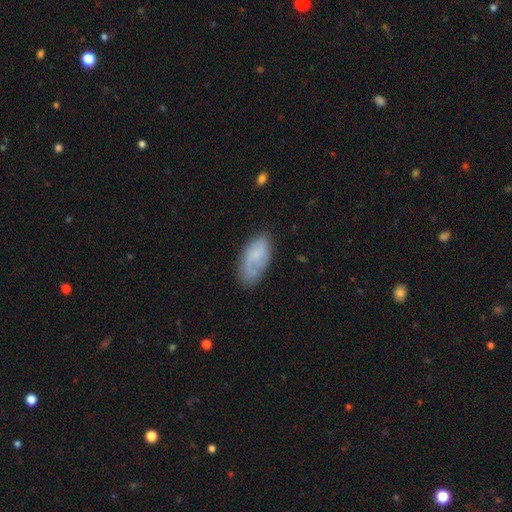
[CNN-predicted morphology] Q: Smooth or featured?
A: smooth (53%); runner-up: featured or disk (40%)
Q: How rounded?
A: in between (92%); runner-up: cigar-shaped (5%)
Q: Merging?
A: none (61%); runner-up: minor disturbance (25%)